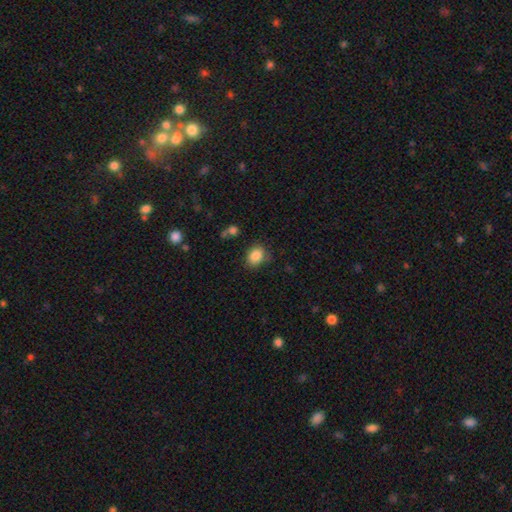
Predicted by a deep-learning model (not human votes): The model was most divided on "how rounded": in between: 62%, round: 37%, cigar-shaped: 1%. More confident: smooth or featured — smooth (85%); merging — none (74%).